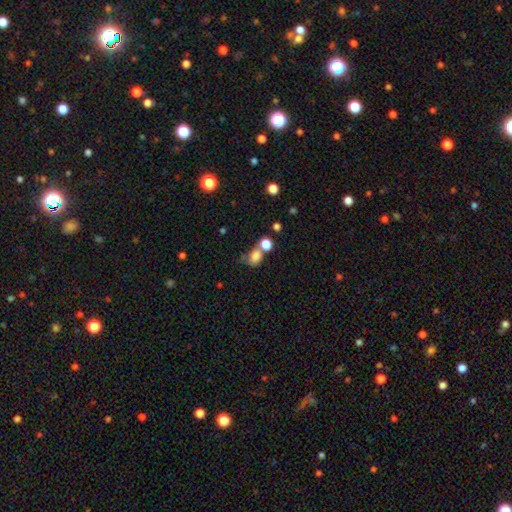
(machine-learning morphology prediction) A smooth galaxy with no disk features (79%) that is round (56%).

Vote fractions:
- Smooth or featured? smooth: 79% / star or artifact: 13% / featured or disk: 8%
- How rounded? round: 56% / in between: 42% / cigar-shaped: 1%
- Merging? none: 43% / merger: 33% / minor disturbance: 15% / major disturbance: 9%